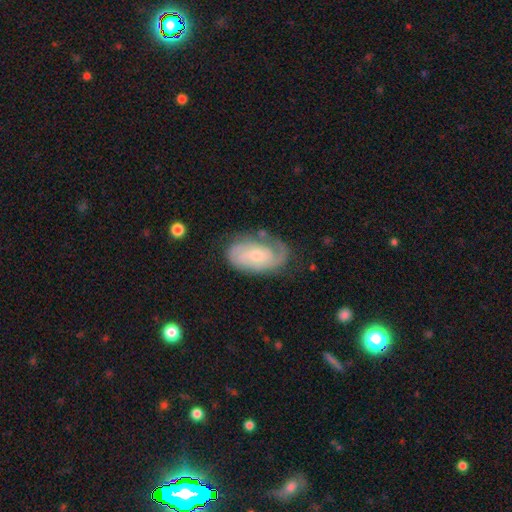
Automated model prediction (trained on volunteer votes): Smooth or featured? Predicted: featured or disk (p=0.78). Edge-on disk? Predicted: no (p=0.96). Bar? Predicted: no (p=0.67). Spiral arms? Predicted: yes (p=0.94). Spiral winding? Predicted: tight (p=0.56). Spiral arm count? Predicted: 2 (p=0.51). Bulge size? Predicted: small (p=0.57). Merging? Predicted: none (p=0.68).